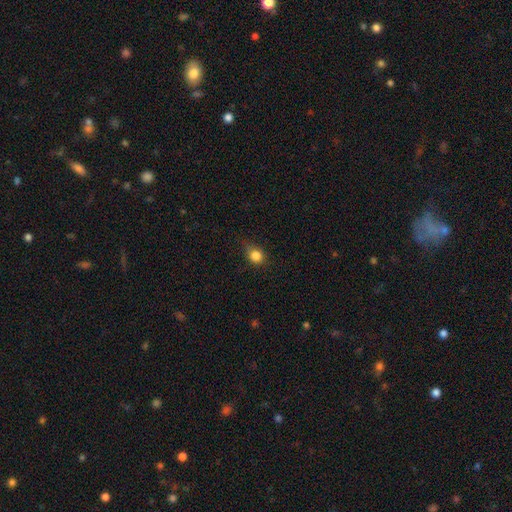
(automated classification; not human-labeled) This is clearly a smooth galaxy (82%). How rounded: likely round (73%). Merging: likely none (67%).